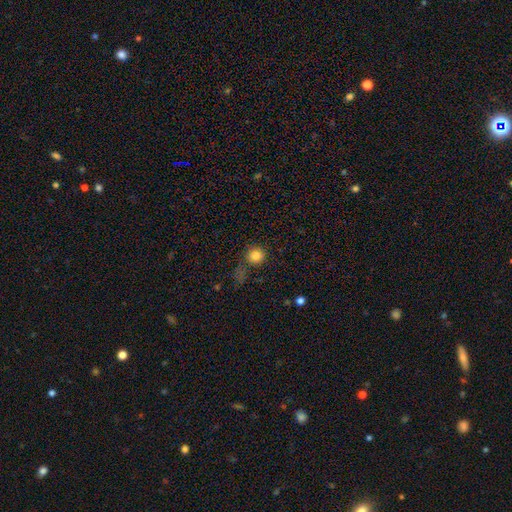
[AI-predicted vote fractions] Smooth or featured: smooth — 81% (star or artifact — 13%)
How rounded: round — 89% (in between — 10%)
Merging: none — 69% (minor disturbance — 15%)